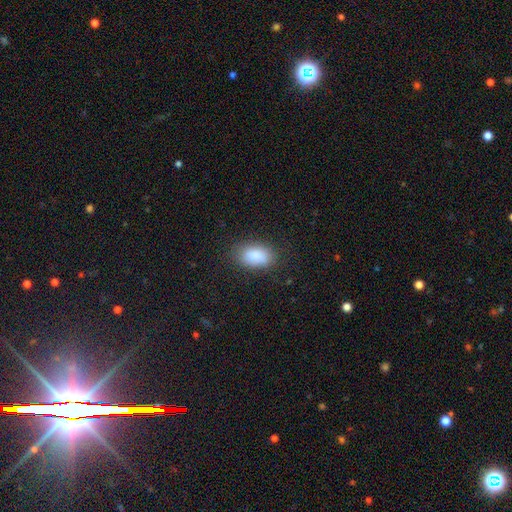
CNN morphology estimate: Overall: smooth (87%). How rounded: in between (91%). Merging: none (79%).